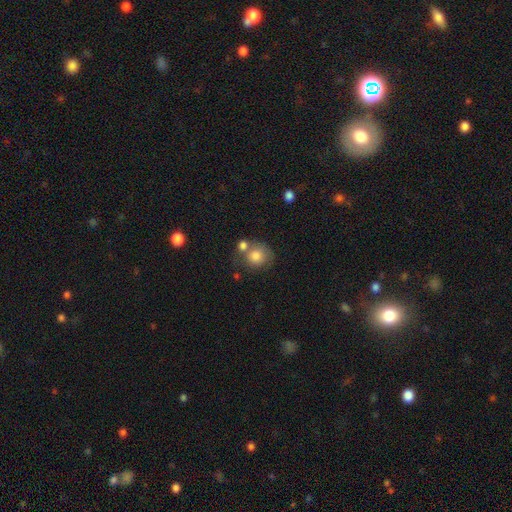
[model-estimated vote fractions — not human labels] Smooth or featured? smooth (80%)
How rounded? round (81%)
Merging? none (49%)